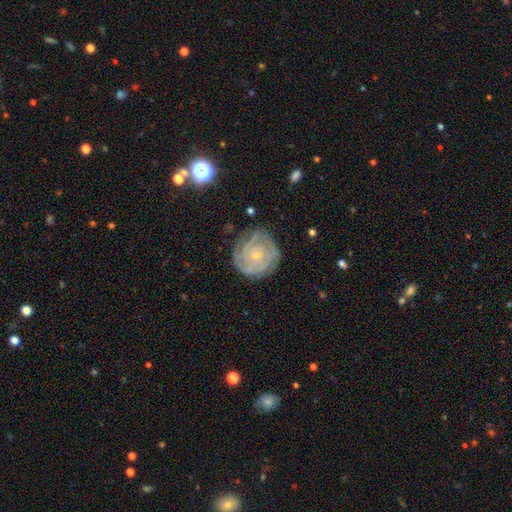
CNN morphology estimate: Overall: featured or disk (81%). Edge-on disk: no (98%). Bar: no (80%). Spiral arms: yes (95%). Spiral arm count: can't tell (29%; 3 25%). Spiral winding: tight (80%). Bulge size: small (82%). Merging: none (76%).